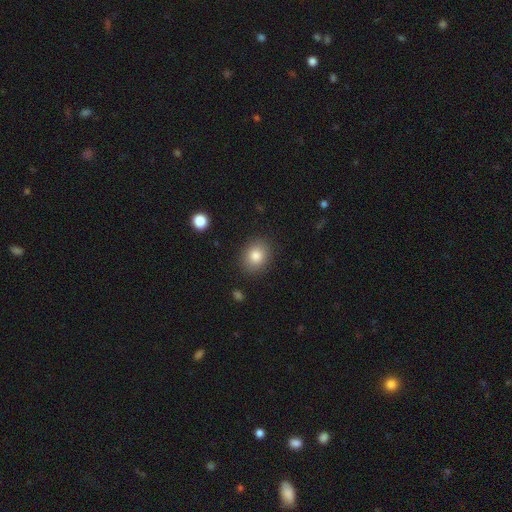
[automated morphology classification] type=smooth (83%); roundness=round (59%); merging=none (87%).